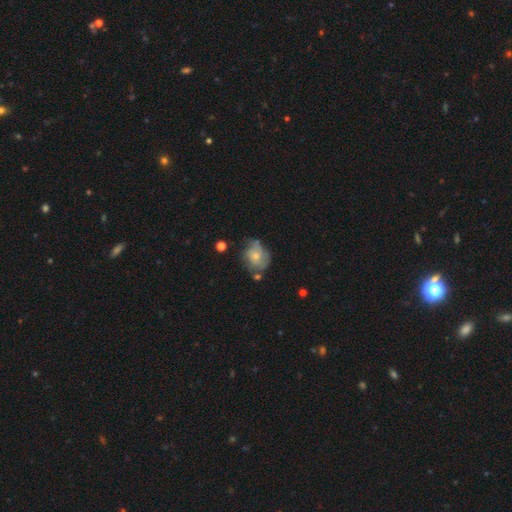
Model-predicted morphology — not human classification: Smooth or featured: featured or disk — 49% (smooth — 43%)
Merging: none — 44% (minor disturbance — 32%)